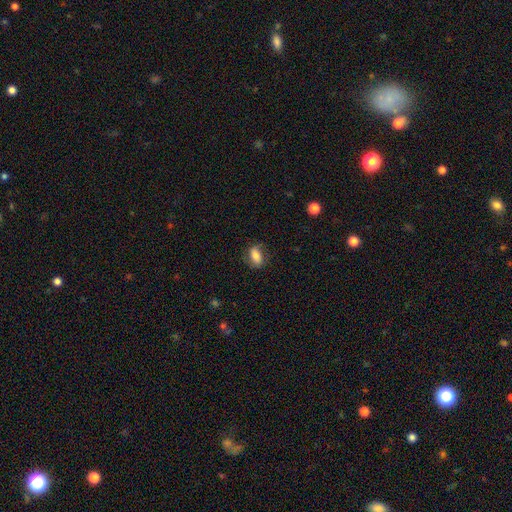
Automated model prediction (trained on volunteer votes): Smooth or featured? smooth (67%)
How rounded? in between (83%)
Merging? none (70%)